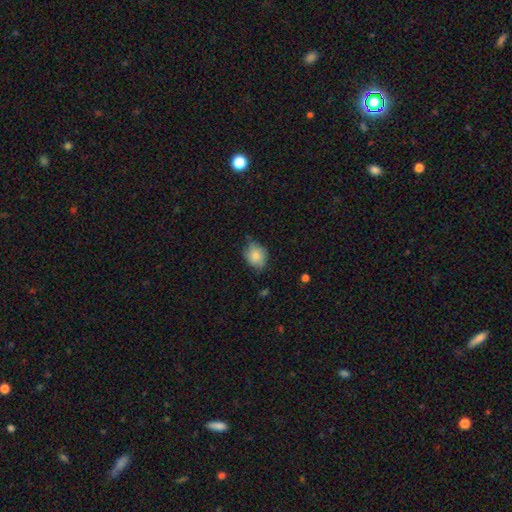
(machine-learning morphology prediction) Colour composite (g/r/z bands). It shows a smooth galaxy with no disk features (82%) that is in between round and cigar-shaped (52%). Merging: none (65%).